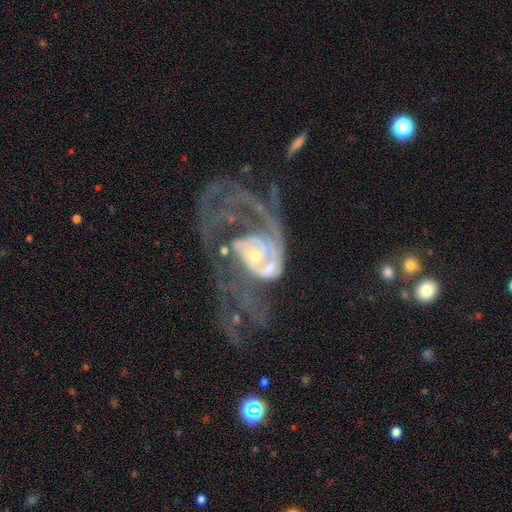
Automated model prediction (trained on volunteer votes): Q: Smooth or featured?
A: featured or disk (88%); runner-up: smooth (6%)
Q: Edge-on disk?
A: no (97%); runner-up: yes (3%)
Q: Bar?
A: no (68%); runner-up: weak (23%)
Q: Spiral arms?
A: yes (93%); runner-up: no (7%)
Q: Spiral winding?
A: tight (40%); runner-up: medium (37%)
Q: Spiral arm count?
A: 2 (41%); runner-up: can't tell (18%)
Q: Bulge size?
A: moderate (48%); runner-up: small (44%)
Q: Merging?
A: major disturbance (51%); runner-up: none (21%)